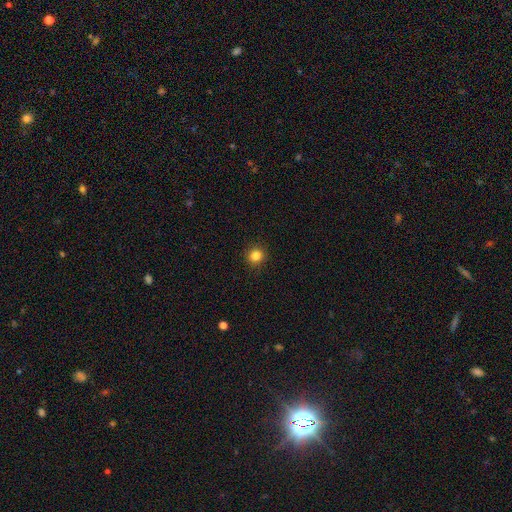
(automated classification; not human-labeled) smooth-or-featured: smooth: 84% | star or artifact: 12% | featured or disk: 4%
  how-rounded: round: 94% | in between: 6% | cigar-shaped: 1%
  merging: none: 92% | minor disturbance: 6% | major disturbance: 2% | merger: 1%